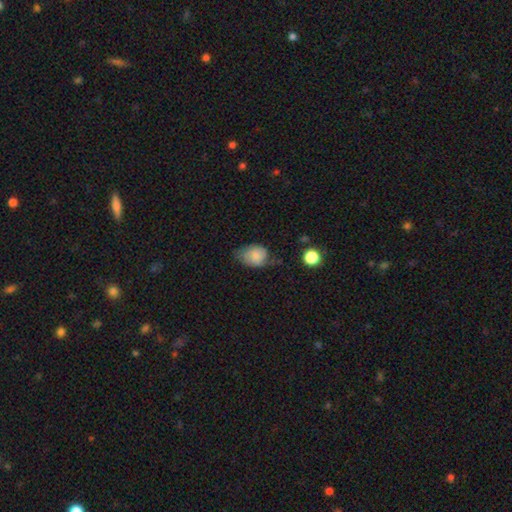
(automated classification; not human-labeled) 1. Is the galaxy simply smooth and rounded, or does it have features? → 76% smooth, 16% featured or disk, 9% star or artifact.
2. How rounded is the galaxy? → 69% in between, 30% round, 1% cigar-shaped.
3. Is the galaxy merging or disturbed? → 41% minor disturbance, 39% none, 17% major disturbance, 3% merger.